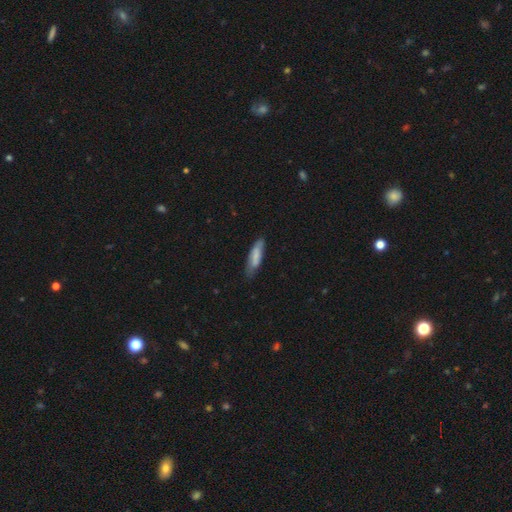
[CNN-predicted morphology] This is likely a smooth galaxy (71%). How rounded: possibly cigar-shaped (58%). Merging: likely none (69%).